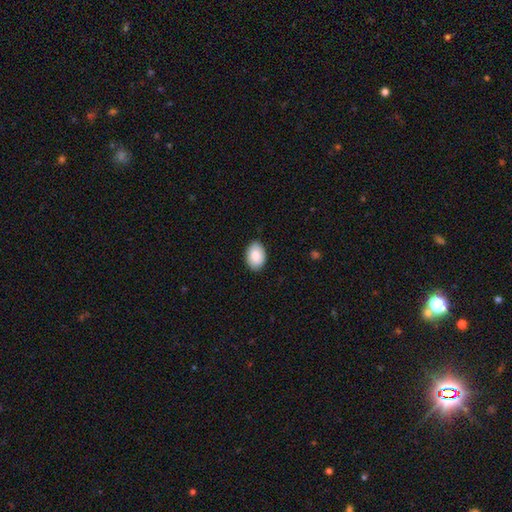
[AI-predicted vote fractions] smooth_or_featured: smooth (p=0.88) [alt: star or artifact p=0.06]
how_rounded: in between (p=0.86) [alt: round p=0.13]
merging: none (p=0.88) [alt: minor disturbance p=0.10]